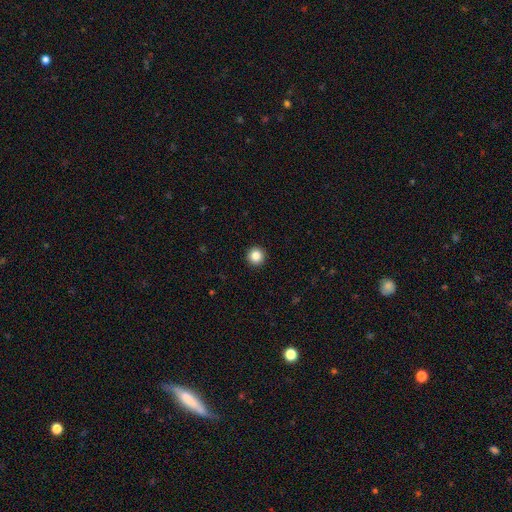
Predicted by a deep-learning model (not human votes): smooth-or-featured: smooth: 85% | star or artifact: 10% | featured or disk: 4%
  how-rounded: round: 96% | in between: 3% | cigar-shaped: 1%
  merging: none: 94% | minor disturbance: 4% | major disturbance: 1% | merger: 1%